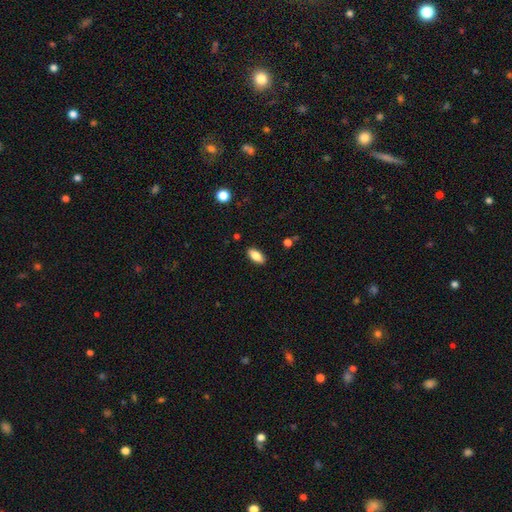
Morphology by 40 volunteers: type=smooth (80%); roundness=in between (88%); merging=none (92%).